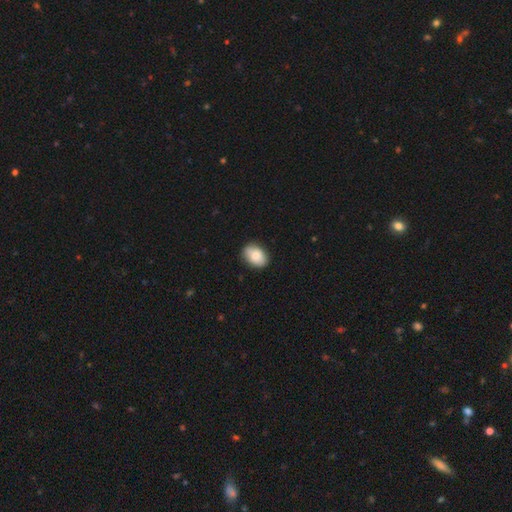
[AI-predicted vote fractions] The model was most divided on "how rounded": in between: 81%, round: 18%, cigar-shaped: 1%. More confident: merging — none (84%); smooth or featured — smooth (82%).